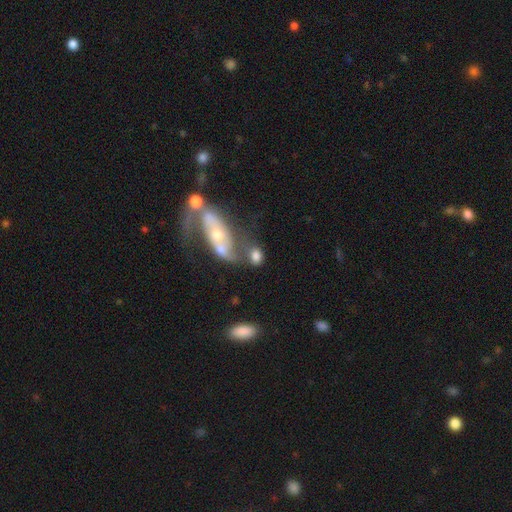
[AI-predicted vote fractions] smooth_or_featured: smooth (p=0.64) [alt: featured or disk p=0.26]
how_rounded: in between (p=0.71) [alt: round p=0.24]
merging: merger (p=0.44) [alt: none p=0.30]